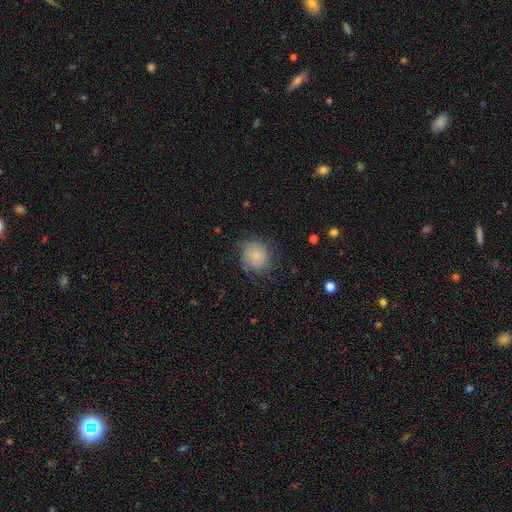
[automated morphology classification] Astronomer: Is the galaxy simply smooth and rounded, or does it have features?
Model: smooth — 62%.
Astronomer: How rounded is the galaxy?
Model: round — 78%.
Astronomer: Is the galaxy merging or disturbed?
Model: none — 60%.